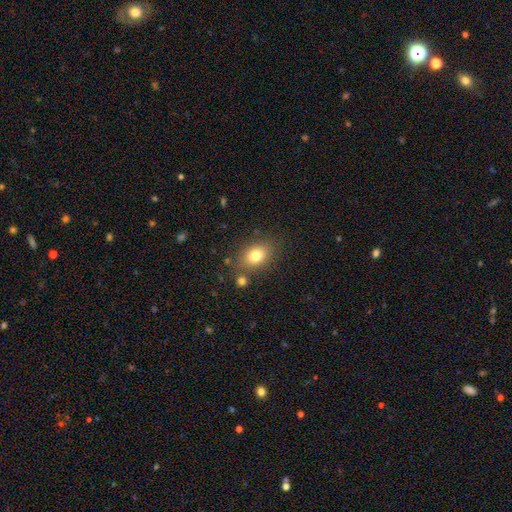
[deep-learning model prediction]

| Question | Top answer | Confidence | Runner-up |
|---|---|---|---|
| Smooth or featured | smooth | 79% | featured or disk (11%) |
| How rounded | in between | 72% | round (26%) |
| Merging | none | 78% | minor disturbance (12%) |